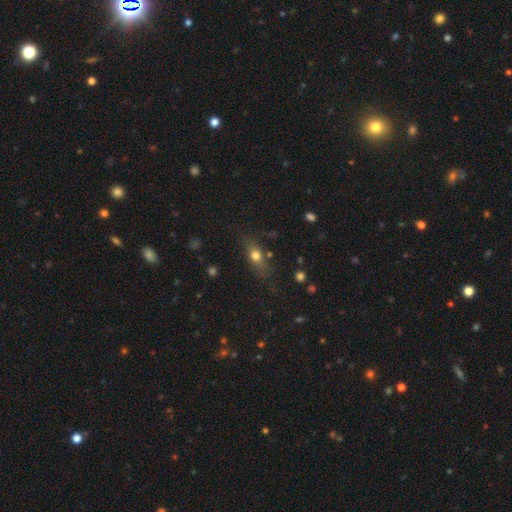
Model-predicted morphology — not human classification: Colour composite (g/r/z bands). It shows a smooth galaxy with no disk features (69%) that is in between round and cigar-shaped (61%). Merging: none (69%).